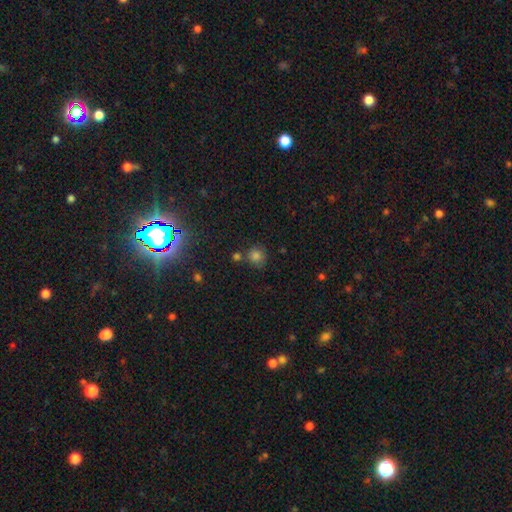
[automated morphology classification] Q: Smooth or featured?
A: smooth (75%); runner-up: star or artifact (18%)
Q: How rounded?
A: round (85%); runner-up: in between (14%)
Q: Merging?
A: none (67%); runner-up: merger (14%)